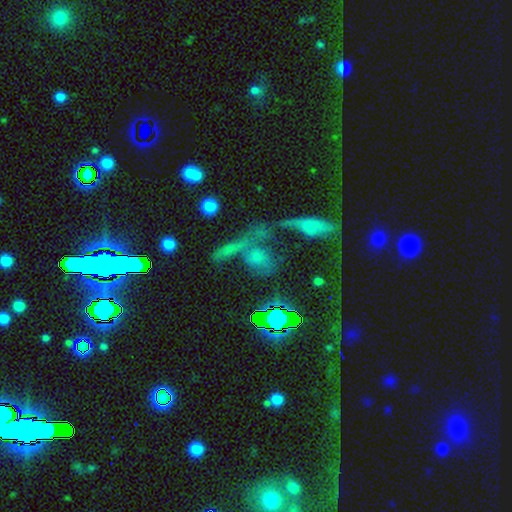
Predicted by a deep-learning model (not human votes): Smooth or featured? Predicted: star or artifact (p=0.38).